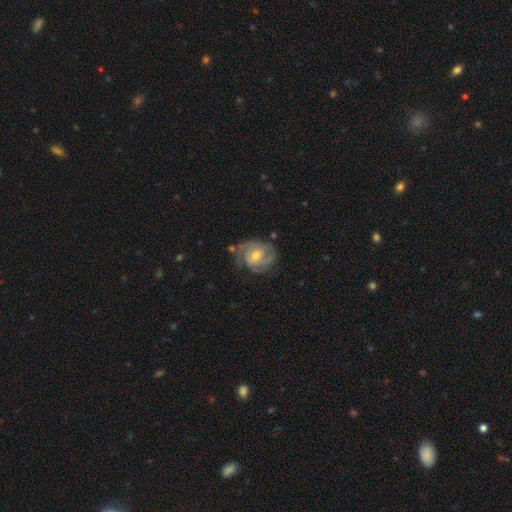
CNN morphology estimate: The model was most divided on "spiral arm count": 3: 34%, 2: 32%, can't tell: 18%, 4: 6%, 1: 5%, more than 4: 4%. More confident: edge-on disk — no (98%); spiral arms — yes (95%); smooth or featured — featured or disk (84%); merging — none (67%); bulge size — moderate (58%); spiral winding — tight (55%); bar — no (51%).